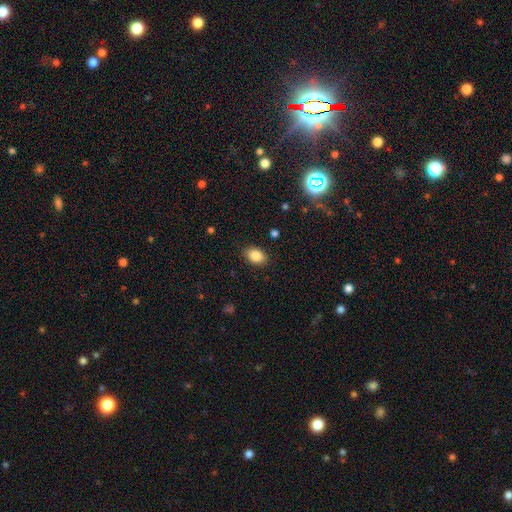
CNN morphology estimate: A smooth galaxy with no disk features (86%) that is in between round and cigar-shaped (82%). Merging: none (87%).